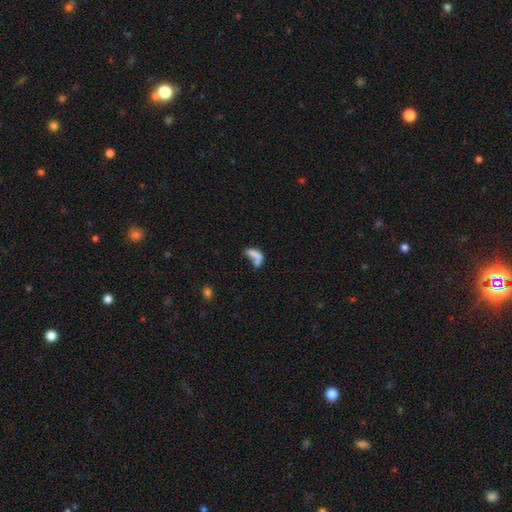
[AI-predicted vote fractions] smooth-or-featured: smooth: 66% | featured or disk: 21% | star or artifact: 12%
  how-rounded: in between: 76% | cigar-shaped: 17% | round: 7%
  merging: merger: 47% | none: 22% | major disturbance: 19% | minor disturbance: 12%